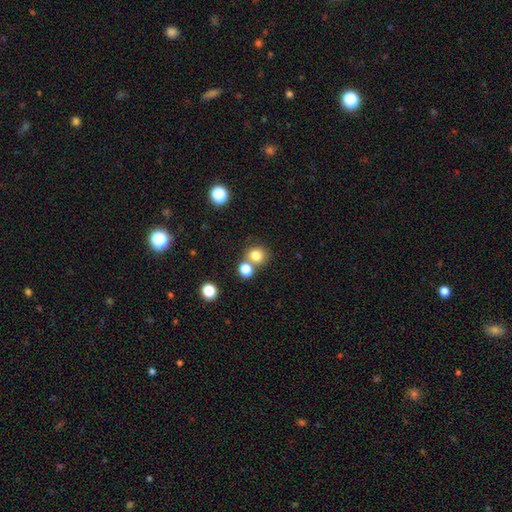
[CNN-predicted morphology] Q: Smooth or featured?
A: smooth (80%); runner-up: star or artifact (13%)
Q: How rounded?
A: round (85%); runner-up: in between (14%)
Q: Merging?
A: none (61%); runner-up: merger (29%)